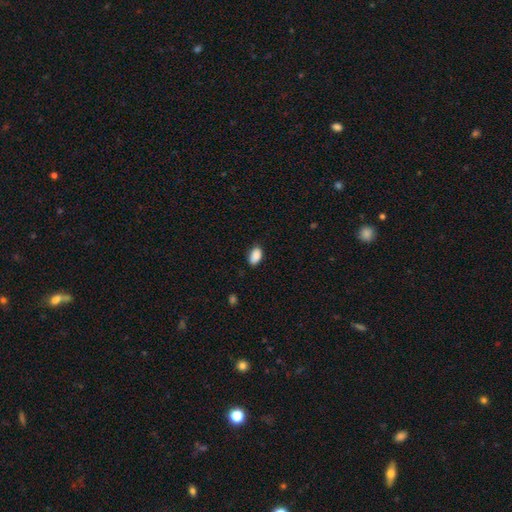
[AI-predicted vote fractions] smooth-or-featured: smooth: 89% | star or artifact: 7% | featured or disk: 3%
  how-rounded: in between: 92% | round: 6% | cigar-shaped: 2%
  merging: none: 81% | minor disturbance: 15% | major disturbance: 3% | merger: 1%